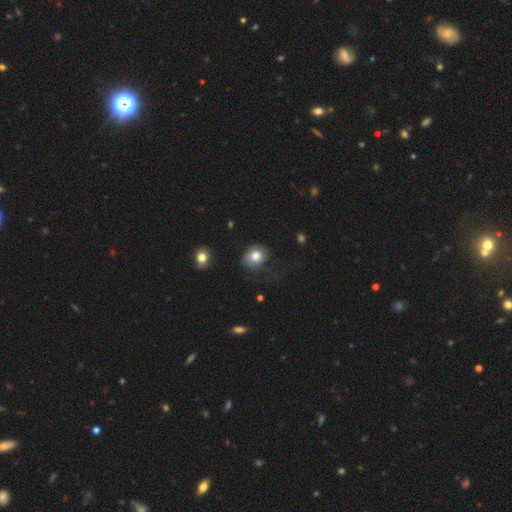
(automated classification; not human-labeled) smooth-or-featured: smooth: 69% | featured or disk: 23% | star or artifact: 8%
  how-rounded: round: 59% | in between: 40% | cigar-shaped: 1%
  merging: none: 49% | minor disturbance: 25% | major disturbance: 23% | merger: 2%